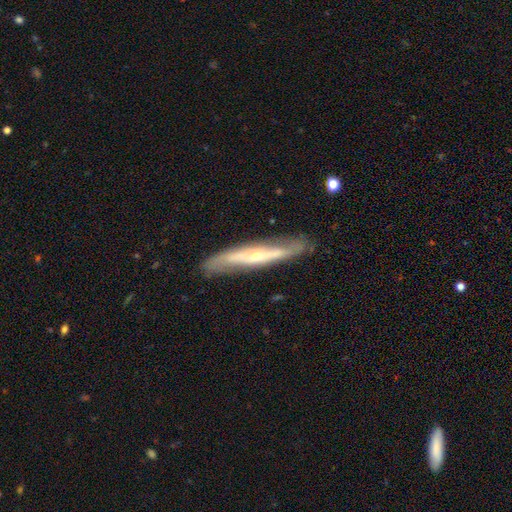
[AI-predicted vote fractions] Smooth or featured? Predicted: featured or disk (p=0.71). Edge-on disk? Predicted: yes (p=0.68). Merging? Predicted: none (p=0.81).